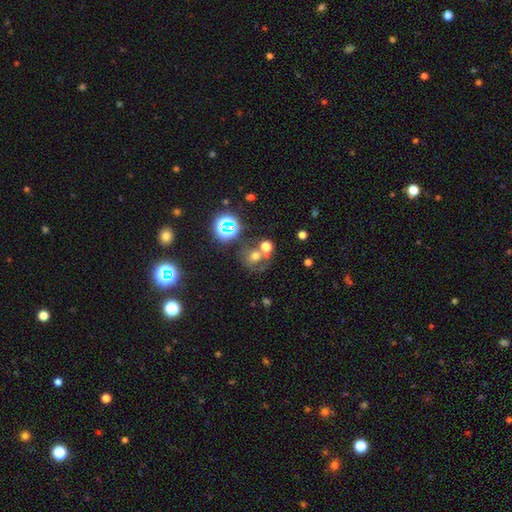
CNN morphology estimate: A smooth galaxy with no disk features (48%).

Vote fractions:
- Smooth or featured? smooth: 48% / star or artifact: 30% / featured or disk: 22%
- Merging? none: 46% / merger: 32% / minor disturbance: 12% / major disturbance: 9%